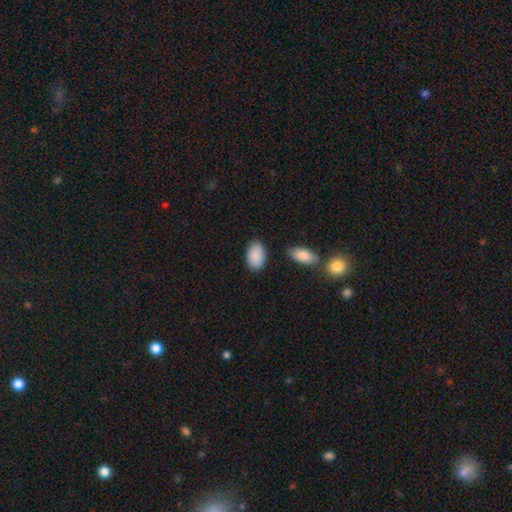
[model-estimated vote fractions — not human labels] Smooth or featured: smooth — 90% (star or artifact — 6%)
How rounded: in between — 93% (round — 6%)
Merging: none — 82% (minor disturbance — 11%)